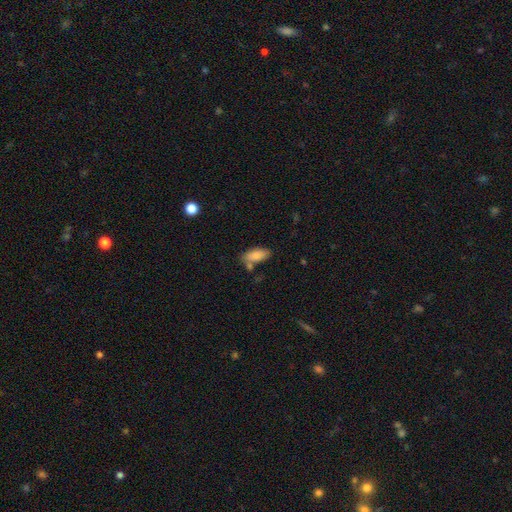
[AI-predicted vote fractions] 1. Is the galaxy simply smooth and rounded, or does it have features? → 85% smooth, 8% featured or disk, 7% star or artifact.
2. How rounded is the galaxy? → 87% in between, 11% cigar-shaped, 2% round.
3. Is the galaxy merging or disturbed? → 65% none, 17% minor disturbance, 14% merger, 4% major disturbance.